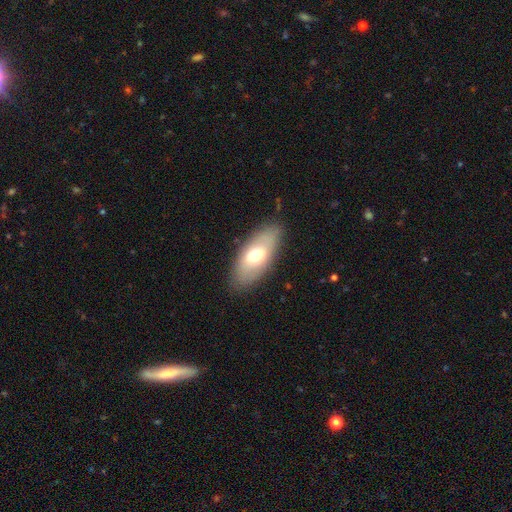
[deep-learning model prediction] The model was most divided on "smooth or featured": smooth: 65%, featured or disk: 29%, star or artifact: 7%. More confident: how rounded — in between (88%); merging — none (85%).